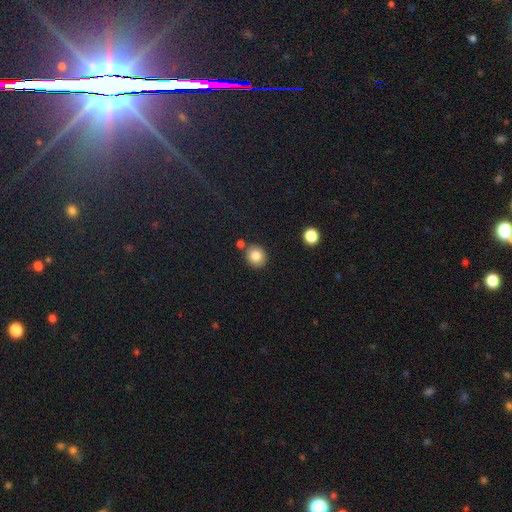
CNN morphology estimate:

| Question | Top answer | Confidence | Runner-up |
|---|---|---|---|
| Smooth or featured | smooth | 83% | star or artifact (10%) |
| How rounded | round | 85% | in between (14%) |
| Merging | none | 77% | merger (11%) |